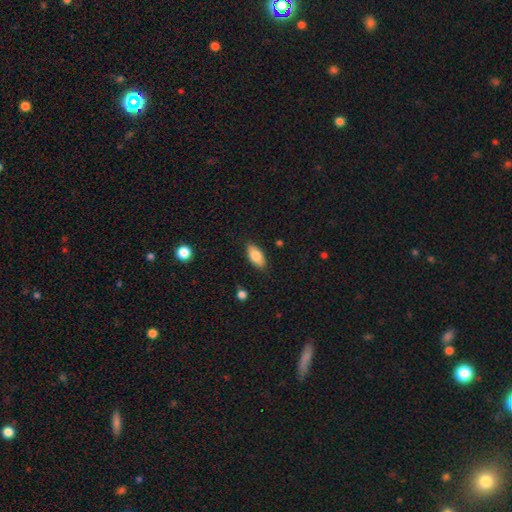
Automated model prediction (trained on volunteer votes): Morphology: type=smooth (80%); roundness=in between (88%); merging=none (86%).